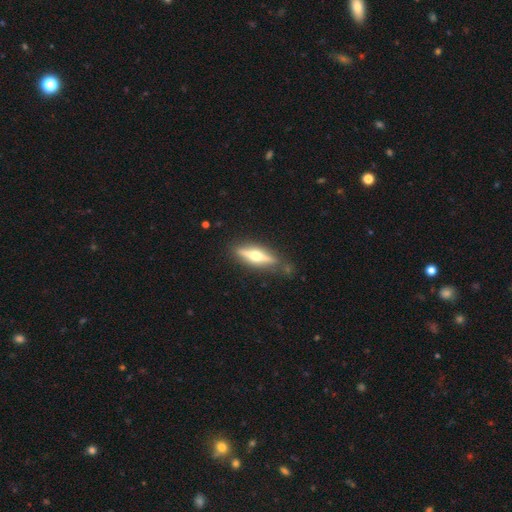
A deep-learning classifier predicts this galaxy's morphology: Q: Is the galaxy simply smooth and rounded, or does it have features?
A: featured or disk — 71%.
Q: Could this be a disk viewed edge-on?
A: yes — 95%.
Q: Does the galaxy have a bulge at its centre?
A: rounded — 96%.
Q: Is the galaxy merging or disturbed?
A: none — 83%.